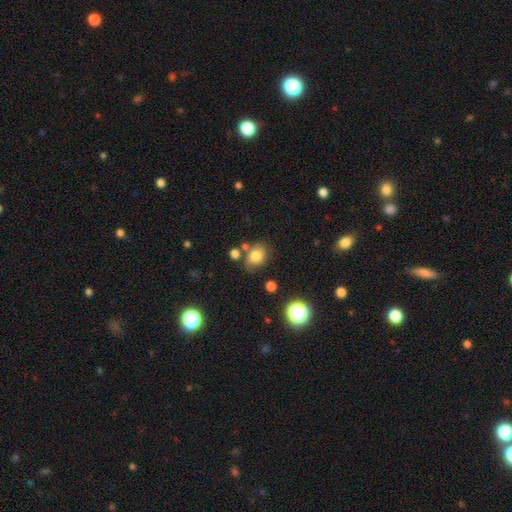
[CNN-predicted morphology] Smooth or featured?
  - smooth: 77% *
  - star or artifact: 12%
  - featured or disk: 10%
How rounded?
  - in between: 58% *
  - round: 41%
  - cigar-shaped: 1%
Merging?
  - none: 66% *
  - minor disturbance: 18%
  - merger: 10%
  - major disturbance: 6%